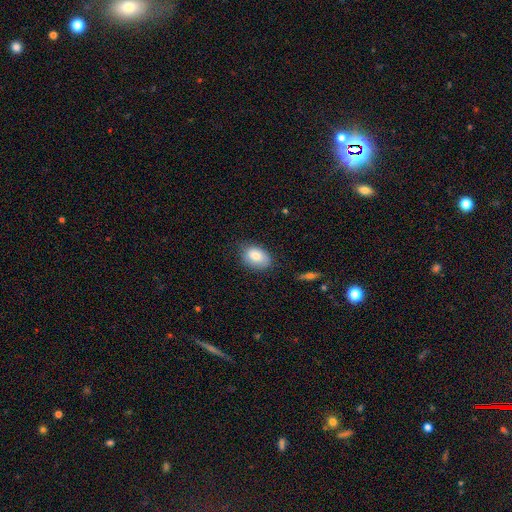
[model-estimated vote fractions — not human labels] Morphology: type=smooth (82%); roundness=in between (78%); merging=none (72%).